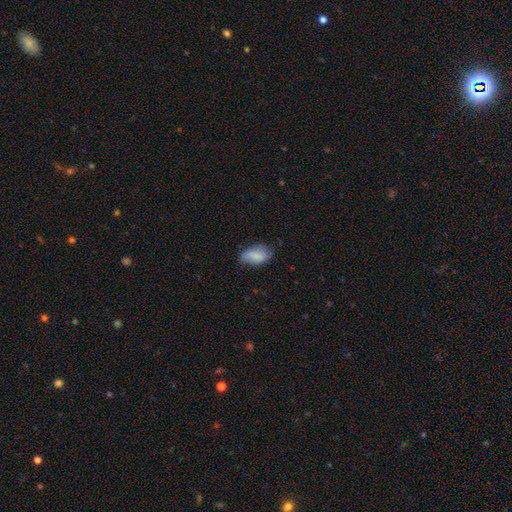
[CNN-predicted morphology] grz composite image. It shows a smooth galaxy with no disk features (78%) that is in between round and cigar-shaped (93%). Merging: none (62%).